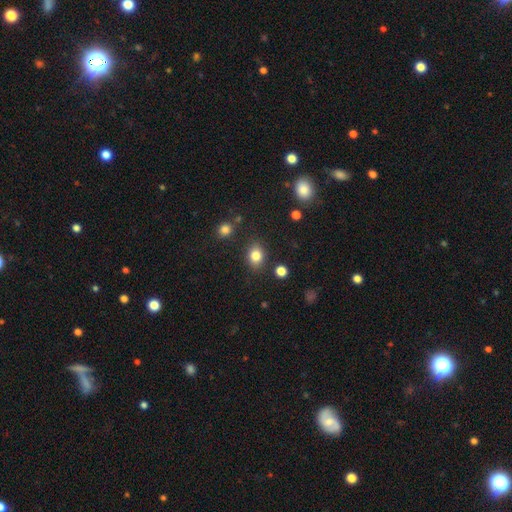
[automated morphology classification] This is clearly a smooth galaxy (82%). How rounded: possibly in between (56%). Merging: clearly none (82%).